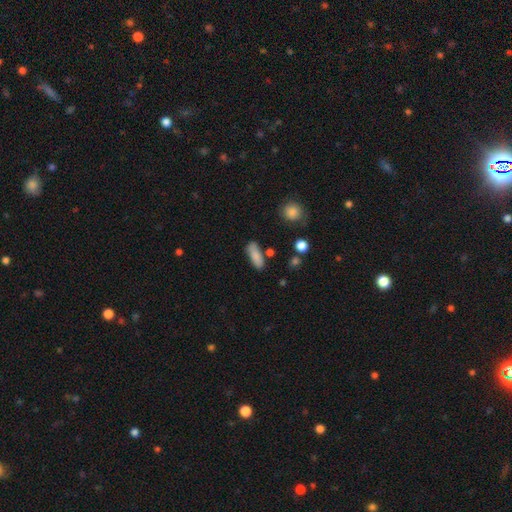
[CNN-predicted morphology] The model was most divided on "how rounded": in between: 64%, cigar-shaped: 33%, round: 3%. More confident: smooth or featured — smooth (85%); merging — none (76%).